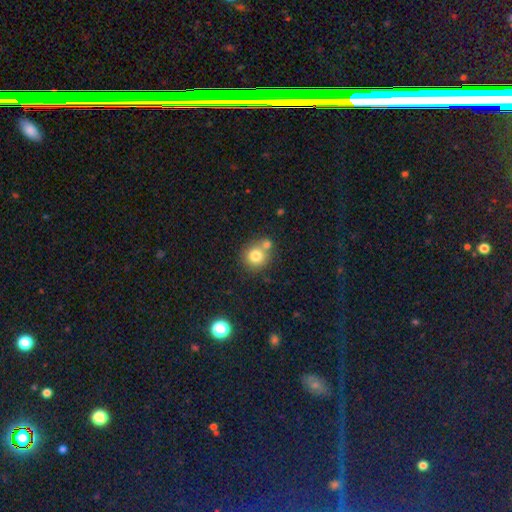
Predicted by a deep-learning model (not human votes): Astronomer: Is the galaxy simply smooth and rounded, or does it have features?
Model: smooth — 78%.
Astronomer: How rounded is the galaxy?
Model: round — 88%.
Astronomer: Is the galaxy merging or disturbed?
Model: none — 57%.